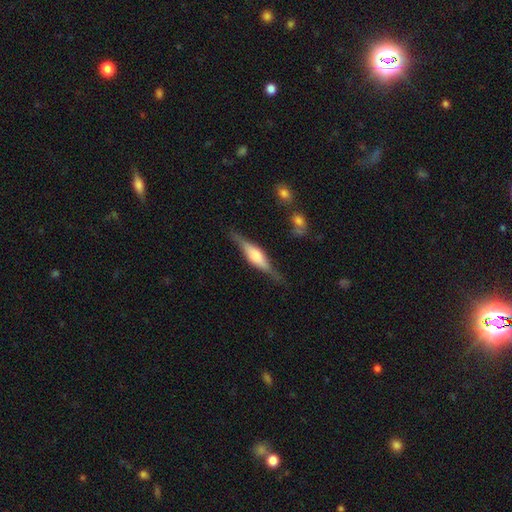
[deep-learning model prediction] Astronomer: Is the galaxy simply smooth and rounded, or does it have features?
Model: featured or disk — 70%.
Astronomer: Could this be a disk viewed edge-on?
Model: yes — 96%.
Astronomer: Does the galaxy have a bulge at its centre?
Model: rounded — 65%.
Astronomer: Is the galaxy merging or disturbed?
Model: none — 81%.